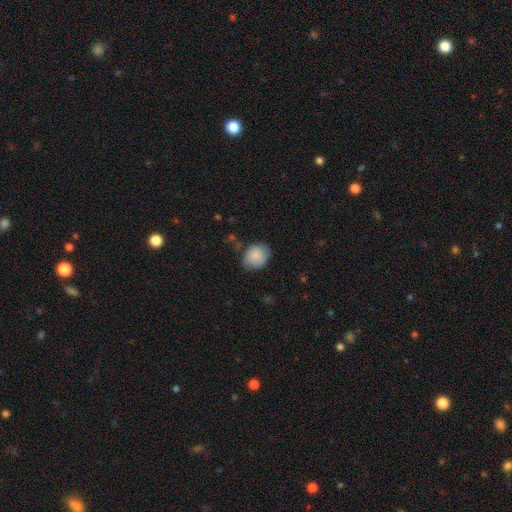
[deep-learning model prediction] Smooth or featured?
  - smooth: 85% *
  - featured or disk: 8%
  - star or artifact: 7%
How rounded?
  - round: 55% *
  - in between: 44%
  - cigar-shaped: 1%
Merging?
  - none: 69% *
  - minor disturbance: 24%
  - major disturbance: 5%
  - merger: 2%